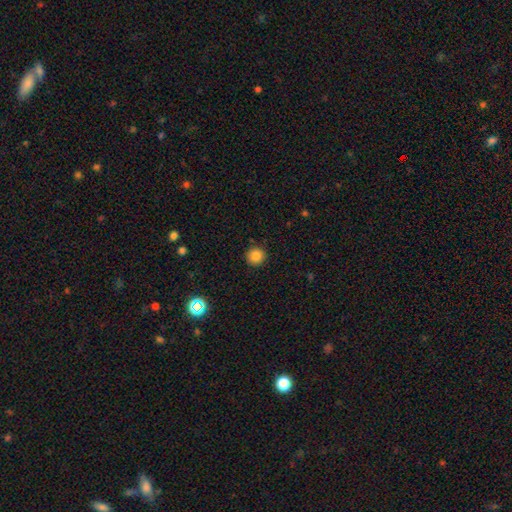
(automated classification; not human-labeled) This is clearly a smooth galaxy (85%). How rounded: clearly round (94%). Merging: clearly none (91%).